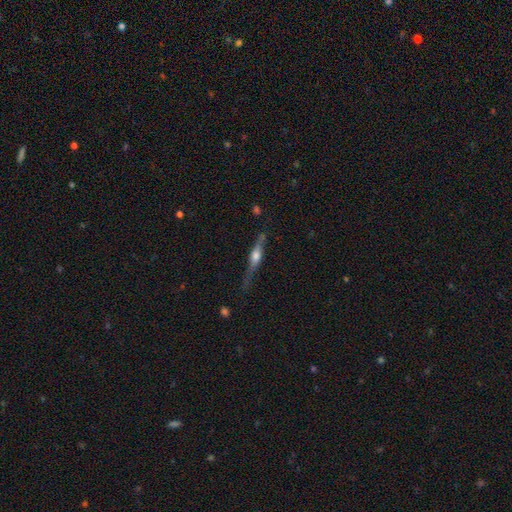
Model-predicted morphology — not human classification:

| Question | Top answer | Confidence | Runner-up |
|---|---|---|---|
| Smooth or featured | featured or disk | 68% | smooth (25%) |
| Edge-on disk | yes | 96% | no (4%) |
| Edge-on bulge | rounded | 87% | boxy (10%) |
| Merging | none | 67% | minor disturbance (23%) |